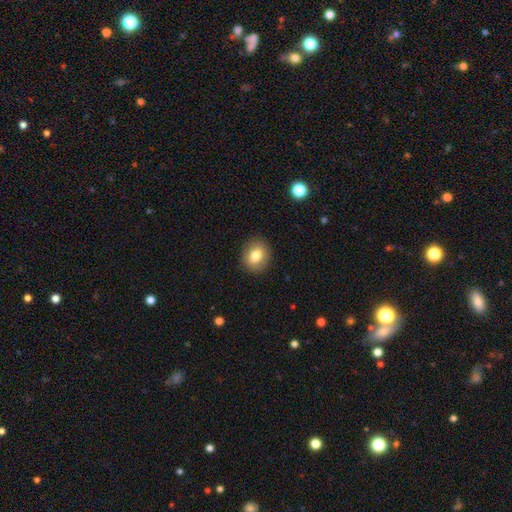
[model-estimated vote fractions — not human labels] smooth_or_featured: smooth (p=0.78) [alt: featured or disk p=0.13]
how_rounded: round (p=0.66) [alt: in between p=0.33]
merging: none (p=0.90) [alt: minor disturbance p=0.07]